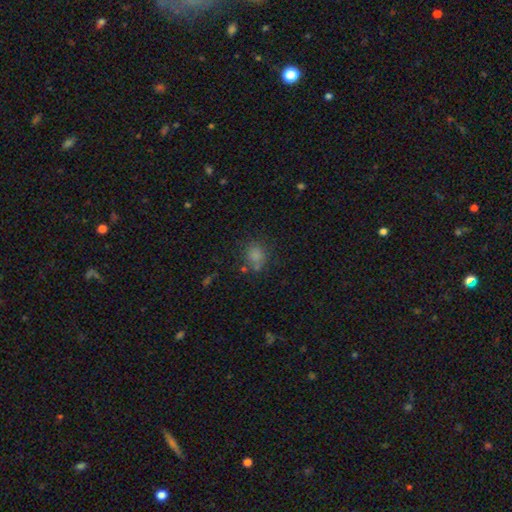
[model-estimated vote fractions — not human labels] A smooth galaxy with no disk features (77%) that is round (76%). Merging: none (67%).